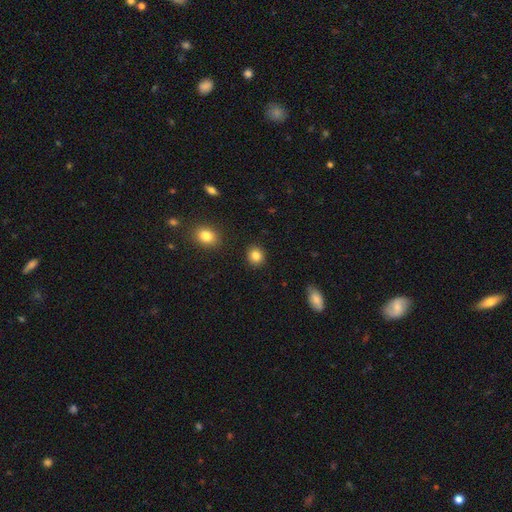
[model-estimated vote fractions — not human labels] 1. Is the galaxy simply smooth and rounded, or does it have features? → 85% smooth, 10% star or artifact, 5% featured or disk.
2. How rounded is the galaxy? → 82% round, 17% in between, 1% cigar-shaped.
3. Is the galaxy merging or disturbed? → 91% none, 6% minor disturbance, 2% major disturbance, 2% merger.